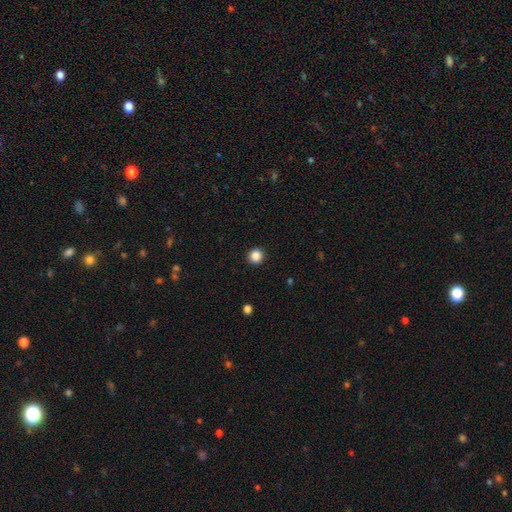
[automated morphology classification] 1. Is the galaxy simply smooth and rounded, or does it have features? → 86% smooth, 10% star or artifact, 4% featured or disk.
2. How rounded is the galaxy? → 93% round, 6% in between, 1% cigar-shaped.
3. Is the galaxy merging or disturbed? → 93% none, 4% minor disturbance, 2% major disturbance, 1% merger.